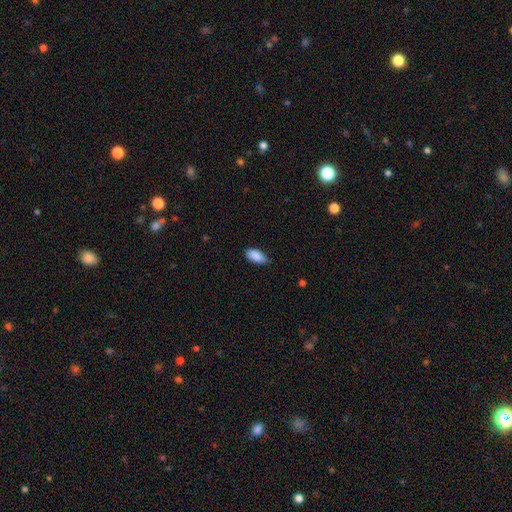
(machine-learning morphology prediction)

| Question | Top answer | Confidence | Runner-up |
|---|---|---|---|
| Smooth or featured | smooth | 88% | star or artifact (7%) |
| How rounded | in between | 91% | cigar-shaped (7%) |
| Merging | none | 64% | minor disturbance (31%) |